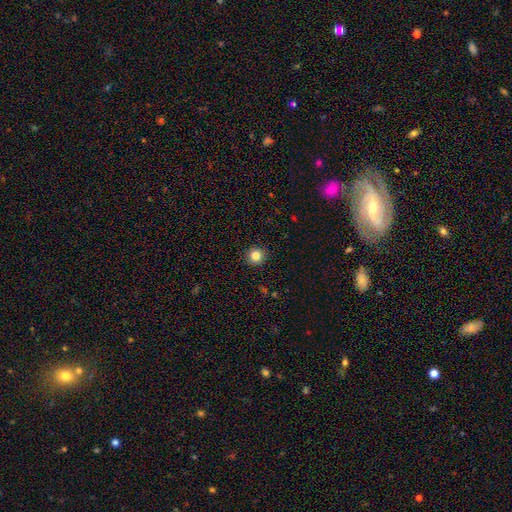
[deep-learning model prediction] smooth 84%, star or artifact 11%, featured or disk 5%. Down the decision tree: how rounded — round (94%); merging — none (92%).